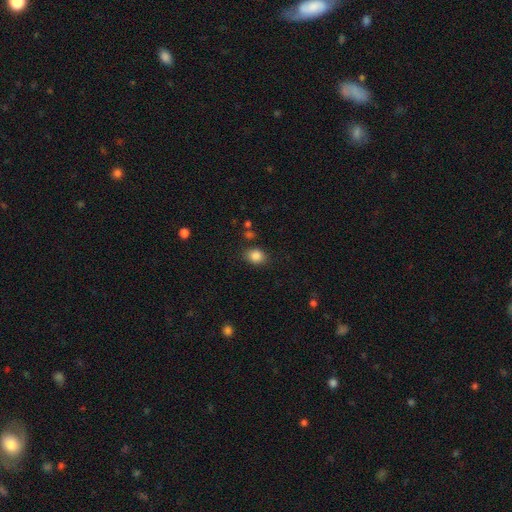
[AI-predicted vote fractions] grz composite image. It shows a smooth galaxy with no disk features (86%) that is round (50%). Merging: none (80%).